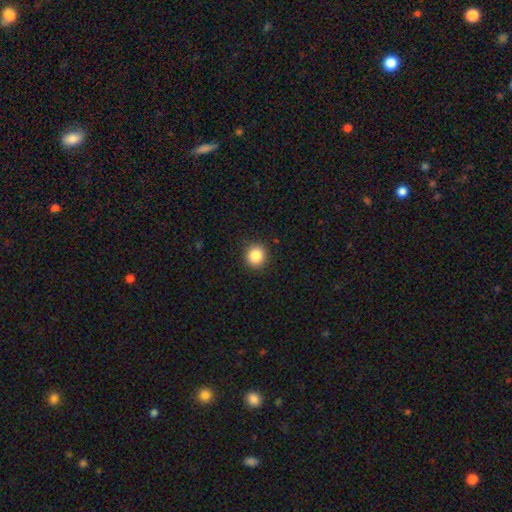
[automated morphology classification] This is clearly a smooth galaxy (85%). How rounded: clearly round (91%). Merging: clearly none (91%).